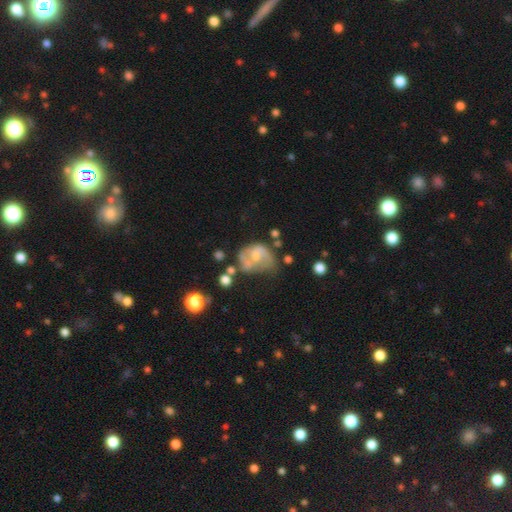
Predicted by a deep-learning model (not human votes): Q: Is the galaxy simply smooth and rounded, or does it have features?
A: featured or disk — 59%.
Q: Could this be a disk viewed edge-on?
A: no — 98%.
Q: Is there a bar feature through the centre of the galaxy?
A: no — 58%.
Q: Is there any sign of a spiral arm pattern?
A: yes — 63%.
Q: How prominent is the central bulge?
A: small — 39%.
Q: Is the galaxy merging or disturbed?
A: none — 31%.